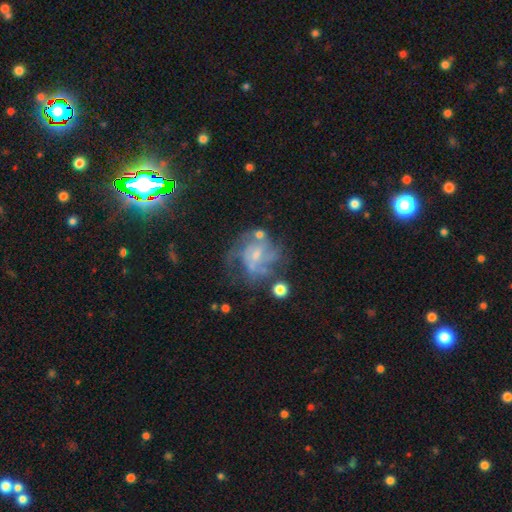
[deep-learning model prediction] Smooth or featured? Predicted: featured or disk (p=0.74). Edge-on disk? Predicted: no (p=0.98). Bar? Predicted: no (p=0.58). Spiral arms? Predicted: yes (p=0.80). Spiral winding? Predicted: medium (p=0.44). Spiral arm count? Predicted: can't tell (p=0.39). Bulge size? Predicted: small (p=0.53). Merging? Predicted: none (p=0.45).